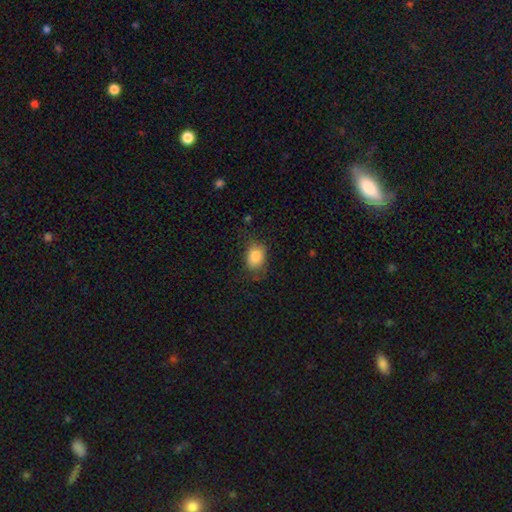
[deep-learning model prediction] The model was most divided on "how rounded": in between: 67%, round: 31%, cigar-shaped: 1%. More confident: smooth or featured — smooth (85%); merging — none (63%).